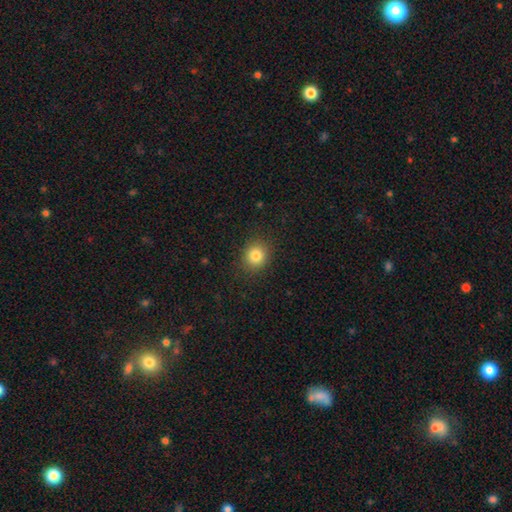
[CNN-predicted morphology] A smooth galaxy with no disk features (83%) that is round (81%). Merging: none (89%).